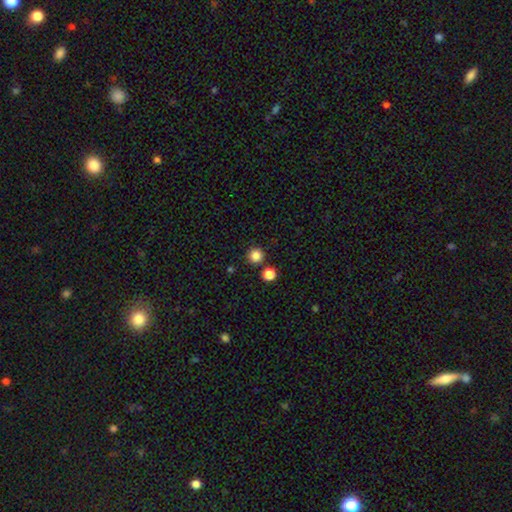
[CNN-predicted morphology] smooth 84%, star or artifact 12%, featured or disk 4%. Down the decision tree: how rounded — round (96%); merging — none (87%).